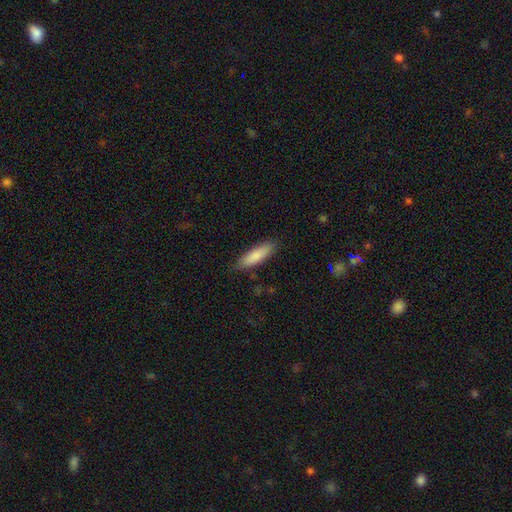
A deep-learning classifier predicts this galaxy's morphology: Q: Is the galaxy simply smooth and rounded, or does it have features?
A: smooth — 85%.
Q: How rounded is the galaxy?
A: cigar-shaped — 61%.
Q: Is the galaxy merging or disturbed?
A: none — 85%.